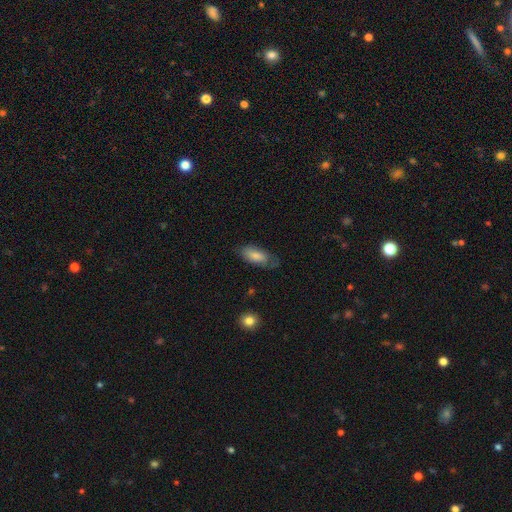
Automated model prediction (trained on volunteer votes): Morphology: type=smooth (78%); roundness=in between (84%); merging=none (60%).